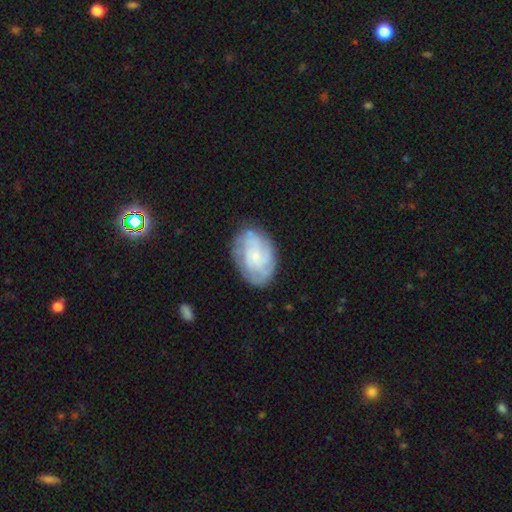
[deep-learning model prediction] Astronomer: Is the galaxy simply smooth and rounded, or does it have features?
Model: featured or disk — 64%.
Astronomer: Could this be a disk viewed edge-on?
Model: no — 97%.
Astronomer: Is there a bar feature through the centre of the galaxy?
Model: no — 79%.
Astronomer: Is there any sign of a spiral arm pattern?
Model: yes — 86%.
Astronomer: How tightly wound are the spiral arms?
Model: tight — 60%.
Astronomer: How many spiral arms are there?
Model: can't tell — 47%.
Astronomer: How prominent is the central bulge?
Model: small — 73%.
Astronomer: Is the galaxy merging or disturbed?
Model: none — 74%.